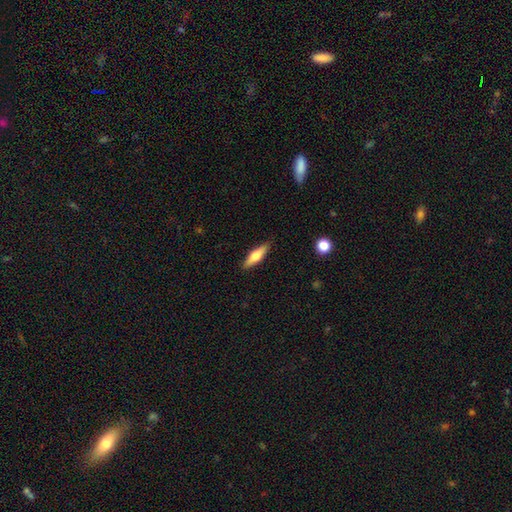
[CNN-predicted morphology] Smooth or featured?
  - smooth: 51% *
  - featured or disk: 43%
  - star or artifact: 6%
How rounded?
  - cigar-shaped: 62% *
  - in between: 36%
  - round: 2%
Merging?
  - none: 88% *
  - minor disturbance: 9%
  - major disturbance: 2%
  - merger: 1%